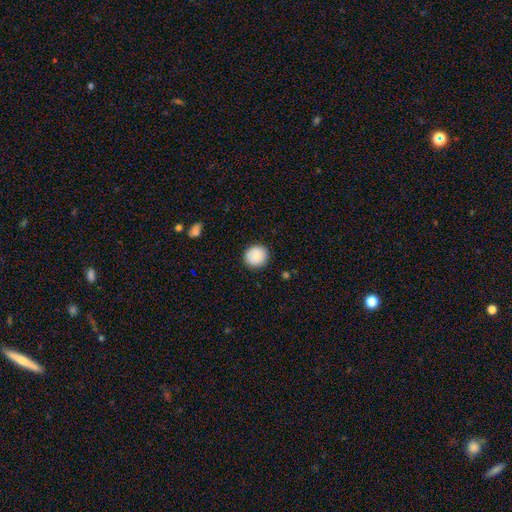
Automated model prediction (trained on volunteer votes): The model was most divided on "smooth or featured": smooth: 84%, featured or disk: 9%, star or artifact: 7%. More confident: how rounded — round (91%); merging — none (89%).